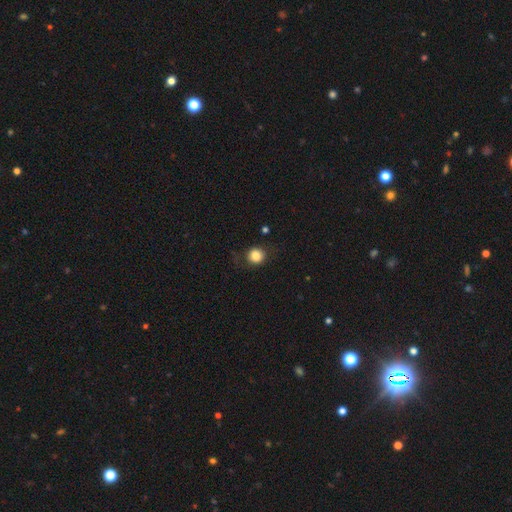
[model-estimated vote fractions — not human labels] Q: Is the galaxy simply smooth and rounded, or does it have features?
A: smooth — 83%.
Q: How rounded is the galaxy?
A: round — 89%.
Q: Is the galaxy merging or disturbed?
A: none — 82%.